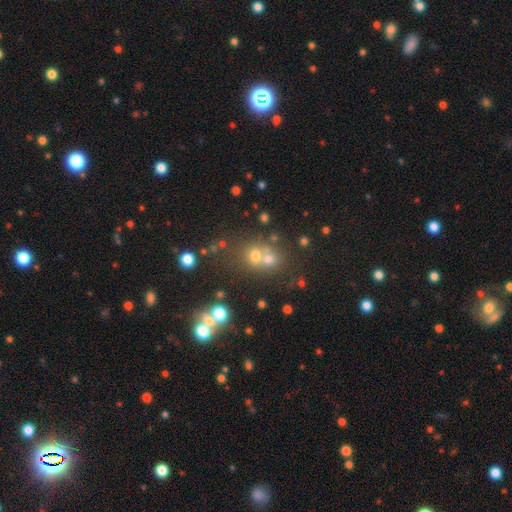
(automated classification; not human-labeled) A smooth galaxy with no disk features (62%) that is round (75%). Merging: merger (47%).